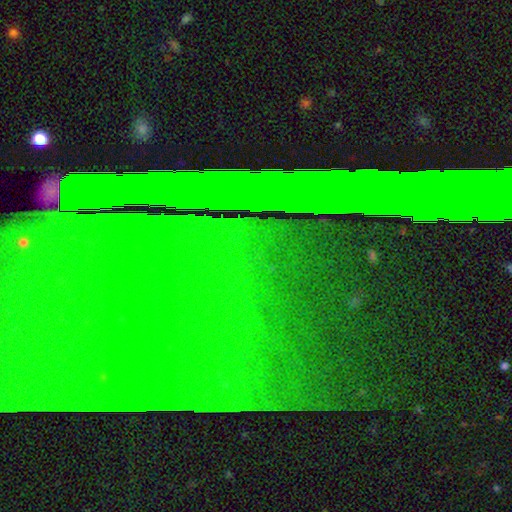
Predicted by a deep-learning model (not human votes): This is clearly a star or artifact rather than a galaxy (84%).